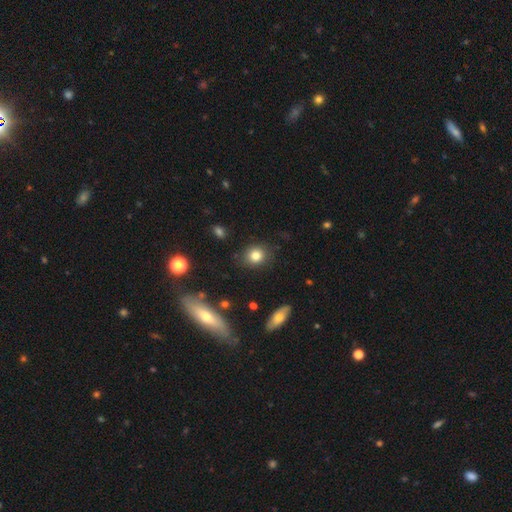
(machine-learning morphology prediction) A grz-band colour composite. It shows a smooth galaxy with no disk features (81%) that is round (76%). Merging: none (84%).